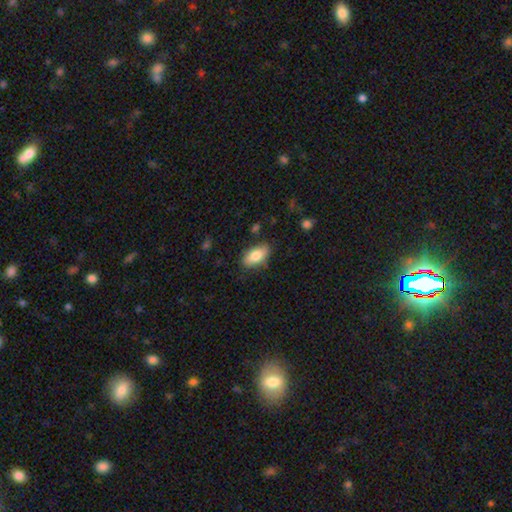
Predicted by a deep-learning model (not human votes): This is clearly a smooth galaxy (81%). How rounded: clearly in between (90%). Merging: clearly none (82%).